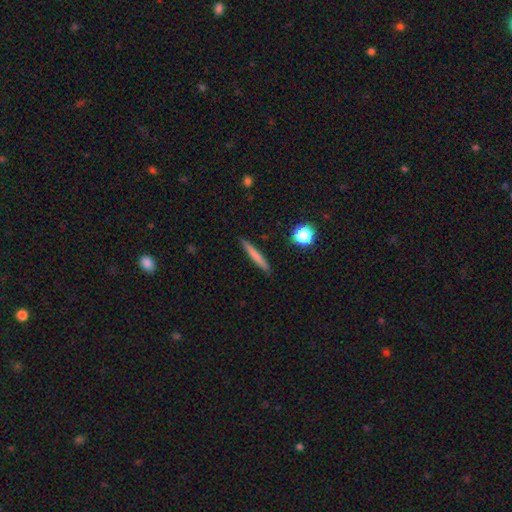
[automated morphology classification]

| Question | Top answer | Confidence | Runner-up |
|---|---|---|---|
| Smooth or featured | smooth | 68% | featured or disk (25%) |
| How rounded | cigar-shaped | 95% | in between (3%) |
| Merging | none | 90% | minor disturbance (7%) |